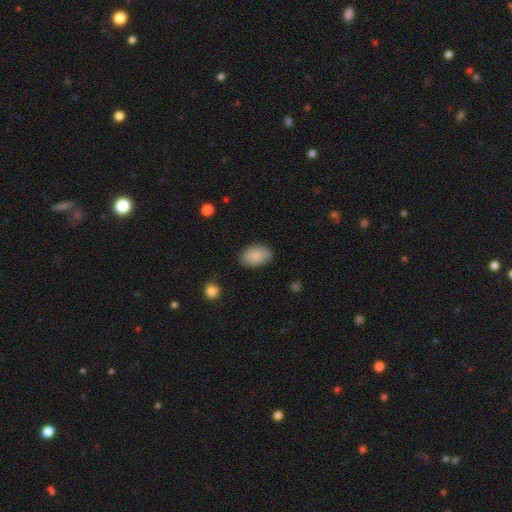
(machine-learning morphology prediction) Overall: smooth (87%). How rounded: in between (87%). Merging: none (85%).